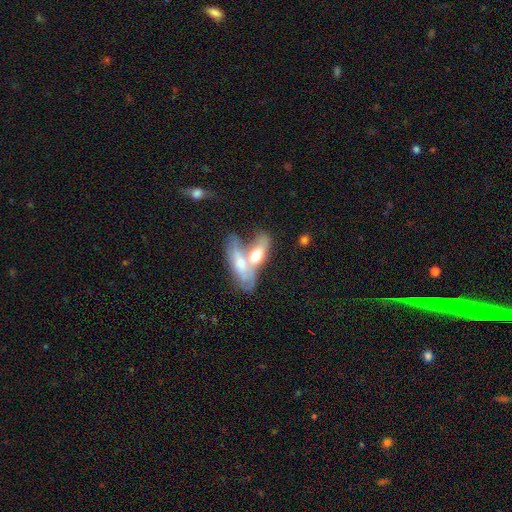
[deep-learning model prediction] smooth_or_featured: smooth (p=0.50) [alt: featured or disk p=0.44]
how_rounded: in between (p=0.71) [alt: cigar-shaped p=0.25]
merging: merger (p=0.70) [alt: none p=0.16]